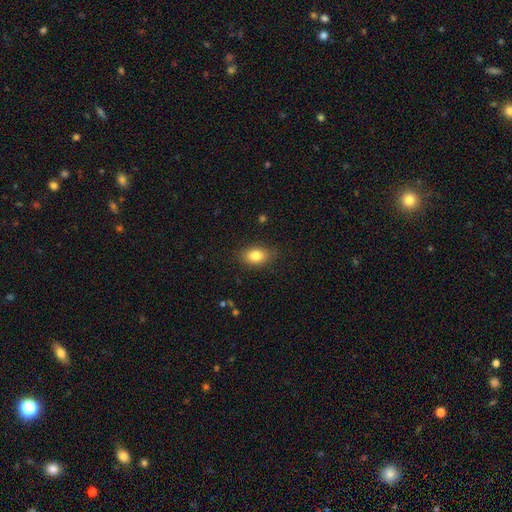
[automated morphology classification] Smooth or featured?
  - smooth: 82% *
  - star or artifact: 9%
  - featured or disk: 9%
How rounded?
  - in between: 80% *
  - round: 18%
  - cigar-shaped: 2%
Merging?
  - none: 84% *
  - minor disturbance: 12%
  - major disturbance: 3%
  - merger: 1%